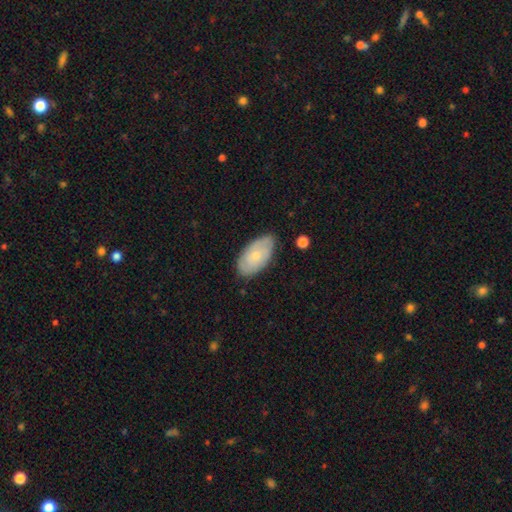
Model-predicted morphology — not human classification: A smooth galaxy with no disk features (57%) that is in between round and cigar-shaped (94%).

Vote fractions:
- Smooth or featured? smooth: 57% / featured or disk: 37% / star or artifact: 6%
- How rounded? in between: 94% / round: 4% / cigar-shaped: 2%
- Merging? none: 78% / minor disturbance: 17% / major disturbance: 3% / merger: 1%